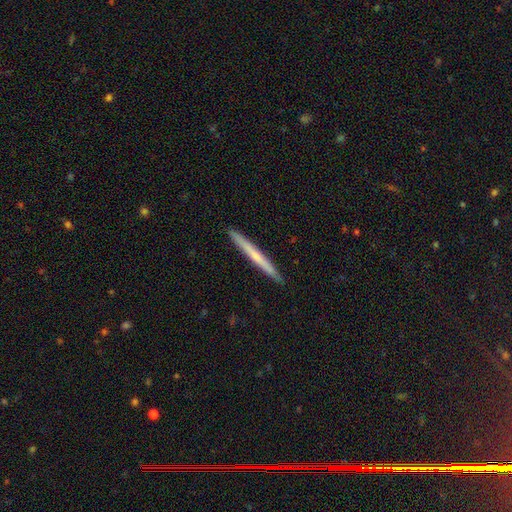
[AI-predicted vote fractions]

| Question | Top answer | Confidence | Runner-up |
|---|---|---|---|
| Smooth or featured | smooth | 49% | featured or disk (46%) |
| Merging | none | 93% | minor disturbance (5%) |